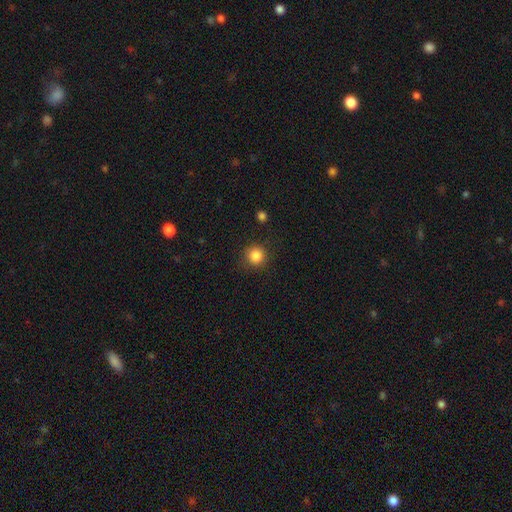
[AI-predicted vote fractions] Smooth or featured? smooth (85%)
How rounded? round (93%)
Merging? none (88%)